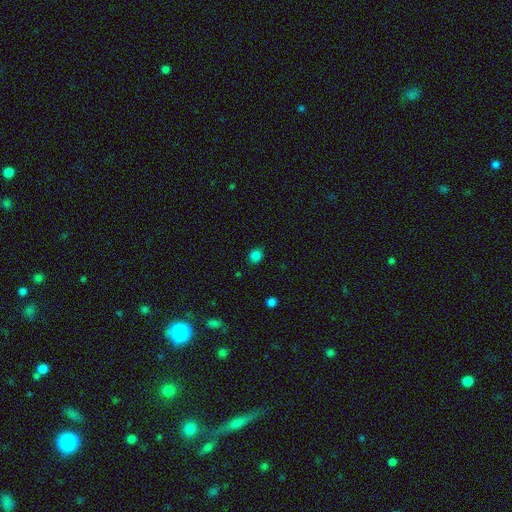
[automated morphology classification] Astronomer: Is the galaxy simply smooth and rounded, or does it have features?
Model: smooth — 83%.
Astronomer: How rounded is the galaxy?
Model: round — 65%.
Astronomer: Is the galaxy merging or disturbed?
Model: none — 88%.